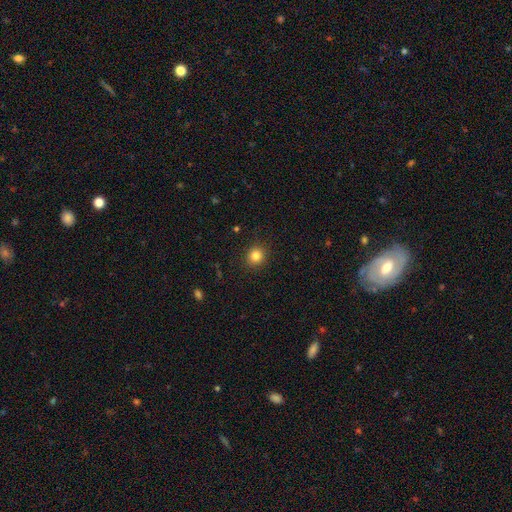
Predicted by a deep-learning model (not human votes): A smooth galaxy with no disk features (83%) that is round (87%). Merging: none (90%).